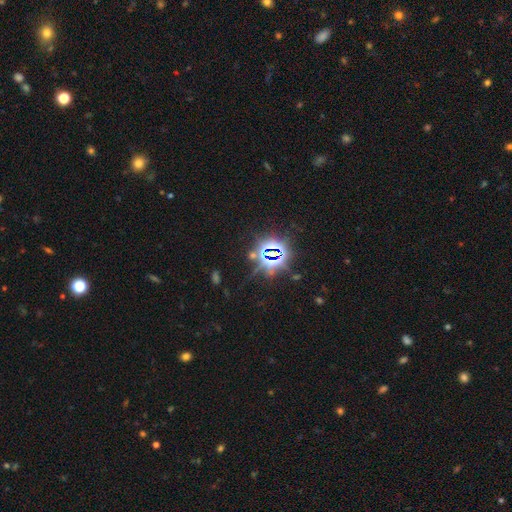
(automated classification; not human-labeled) The model was most divided on "smooth or featured": star or artifact: 81%, smooth: 11%, featured or disk: 8%.